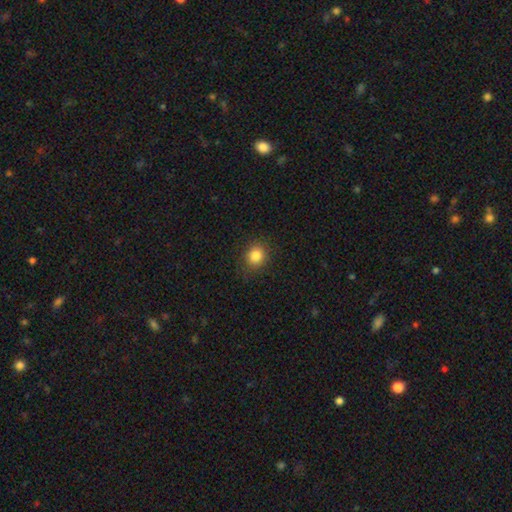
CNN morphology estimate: This is clearly a smooth galaxy (84%). How rounded: likely round (78%). Merging: clearly none (87%).